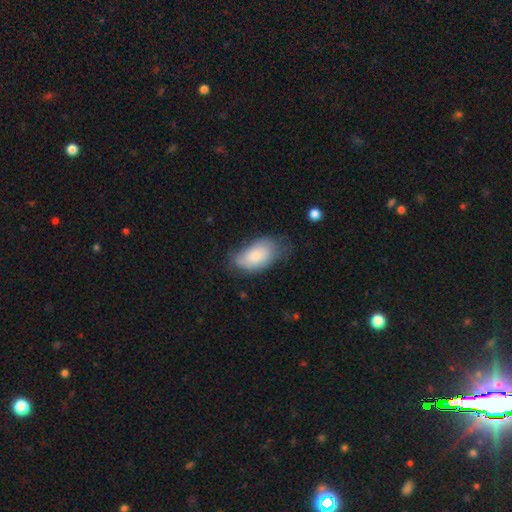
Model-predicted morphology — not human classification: A smooth galaxy with no disk features (76%) that is in between round and cigar-shaped (94%).

Vote fractions:
- Smooth or featured? smooth: 76% / featured or disk: 18% / star or artifact: 7%
- How rounded? in between: 94% / round: 4% / cigar-shaped: 2%
- Merging? none: 53% / minor disturbance: 34% / major disturbance: 11% / merger: 2%